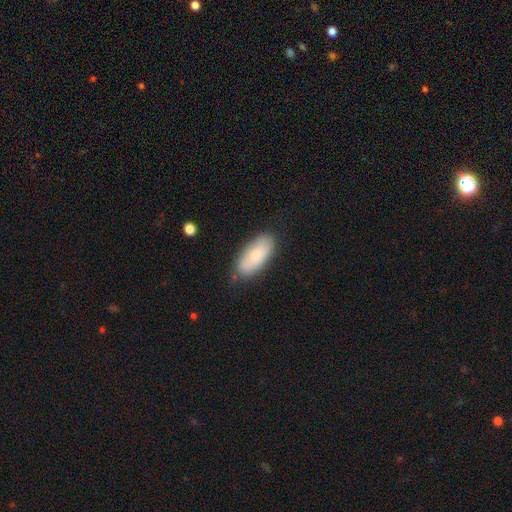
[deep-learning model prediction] Smooth or featured: smooth — 76% (featured or disk — 18%)
How rounded: in between — 88% (cigar-shaped — 10%)
Merging: none — 78% (minor disturbance — 17%)